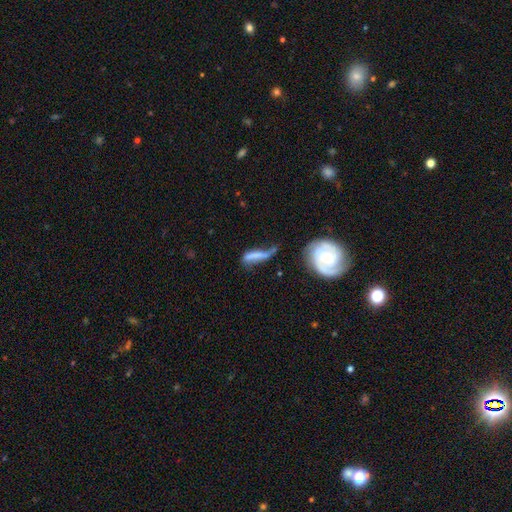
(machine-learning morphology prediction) Q: Smooth or featured?
A: smooth (55%); runner-up: featured or disk (35%)
Q: How rounded?
A: cigar-shaped (63%); runner-up: in between (34%)
Q: Merging?
A: major disturbance (31%); runner-up: none (26%)